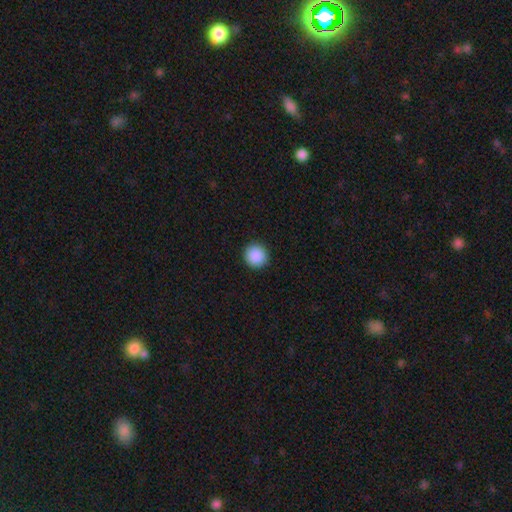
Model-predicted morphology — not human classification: smooth-or-featured: smooth: 90% | star or artifact: 8% | featured or disk: 2%
  how-rounded: round: 95% | in between: 4% | cigar-shaped: 1%
  merging: none: 93% | minor disturbance: 5% | major disturbance: 1% | merger: 1%